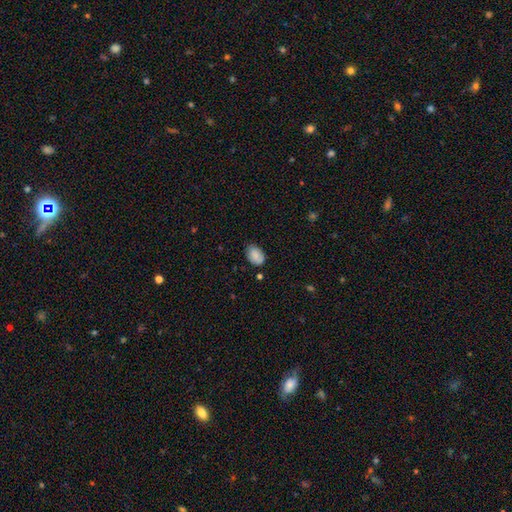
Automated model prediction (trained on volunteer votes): A smooth galaxy with no disk features (84%) that is in between round and cigar-shaped (84%).

Vote fractions:
- Smooth or featured? smooth: 84% / featured or disk: 9% / star or artifact: 7%
- How rounded? in between: 84% / round: 15% / cigar-shaped: 1%
- Merging? none: 72% / minor disturbance: 22% / major disturbance: 4% / merger: 2%